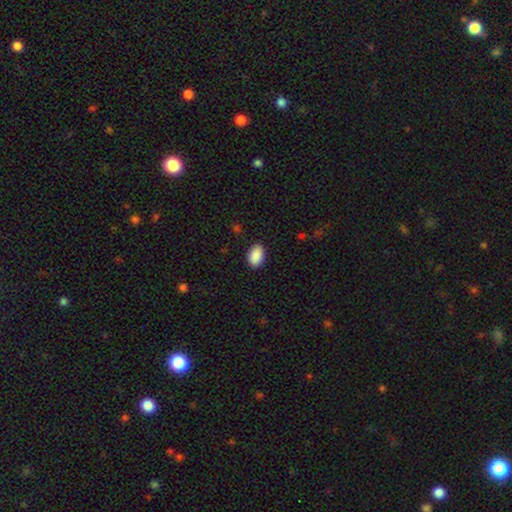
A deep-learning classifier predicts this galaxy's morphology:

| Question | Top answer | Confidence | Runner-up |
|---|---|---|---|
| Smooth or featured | smooth | 91% | star or artifact (7%) |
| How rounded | in between | 90% | round (9%) |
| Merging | none | 87% | minor disturbance (9%) |